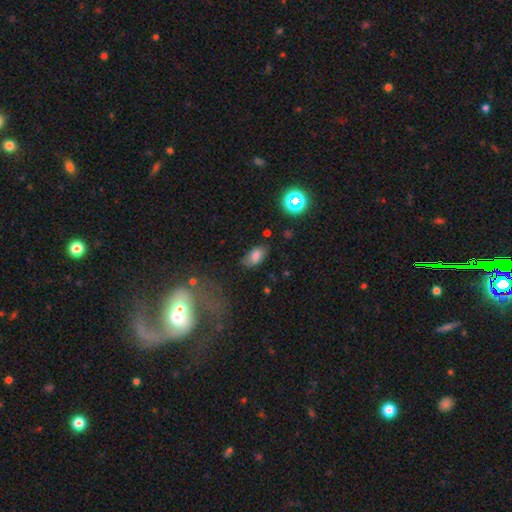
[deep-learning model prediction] smooth 77%, star or artifact 12%, featured or disk 11%. Down the decision tree: how rounded — in between (91%); merging — none (72%).